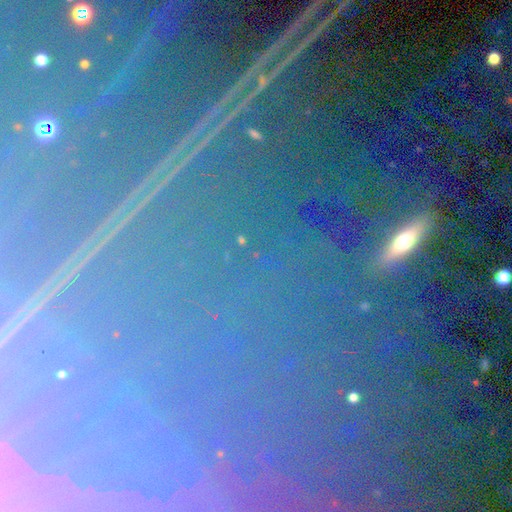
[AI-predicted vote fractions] Smooth or featured: star or artifact — 70% (smooth — 17%)